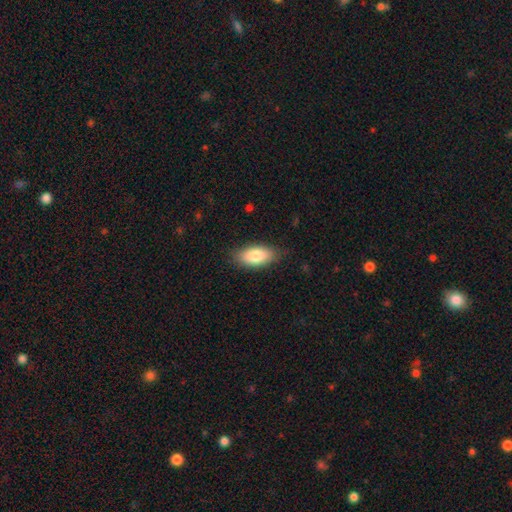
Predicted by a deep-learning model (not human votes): Morphology: type=smooth (82%); roundness=in between (91%); merging=none (83%).